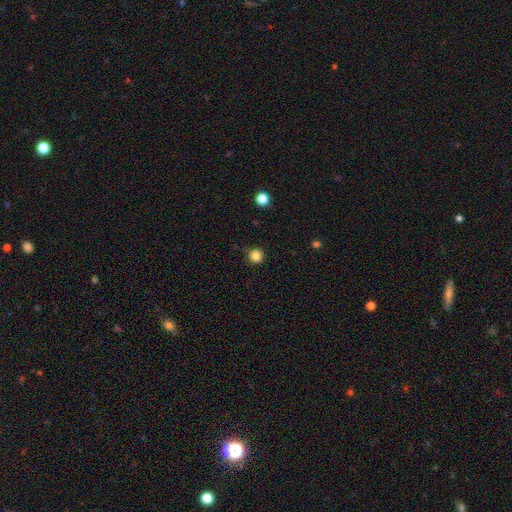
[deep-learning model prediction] Smooth or featured? smooth (84%)
How rounded? round (95%)
Merging? none (89%)